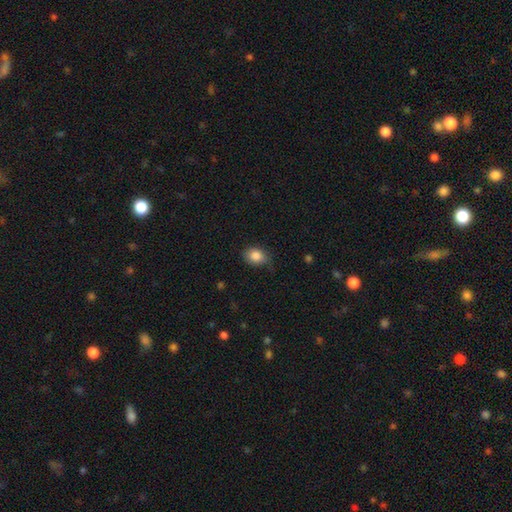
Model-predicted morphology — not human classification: Smooth or featured? smooth (86%)
How rounded? in between (63%)
Merging? none (72%)